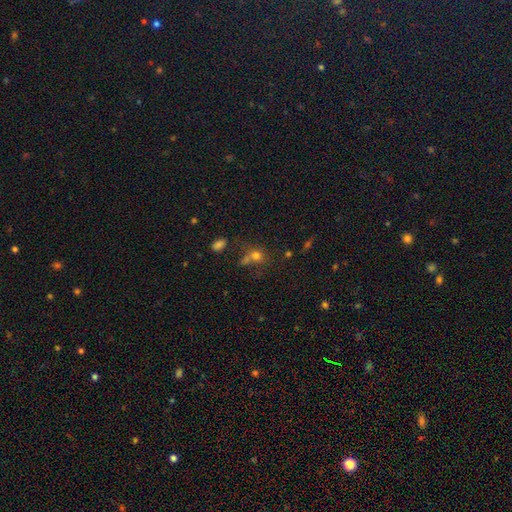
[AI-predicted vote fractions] Smooth or featured: smooth — 55% (star or artifact — 31%)
How rounded: round — 74% (in between — 24%)
Merging: none — 54% (merger — 22%)